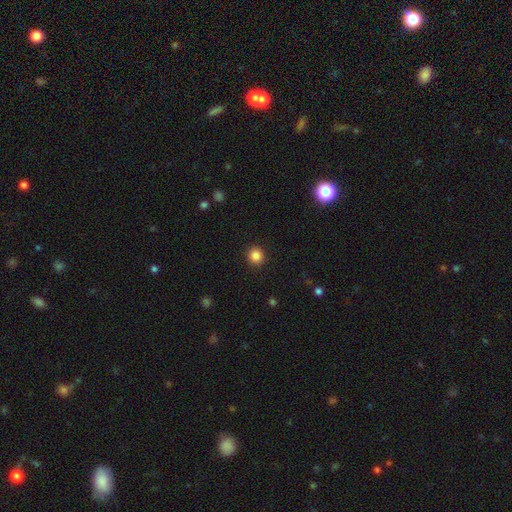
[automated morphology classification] type=smooth (85%); roundness=round (93%); merging=none (92%).